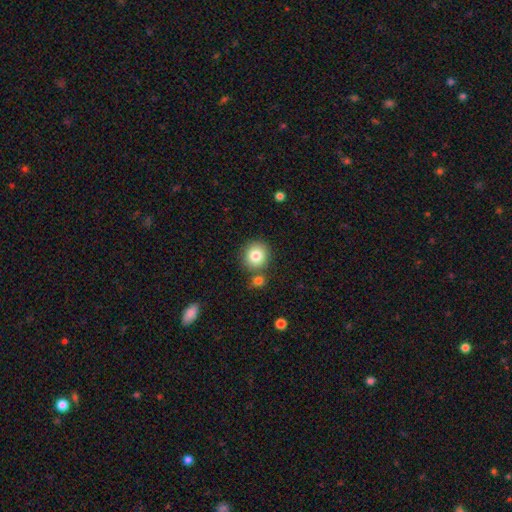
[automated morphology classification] Q: Smooth or featured?
A: smooth (82%); runner-up: star or artifact (10%)
Q: How rounded?
A: round (87%); runner-up: in between (12%)
Q: Merging?
A: none (75%); runner-up: merger (13%)